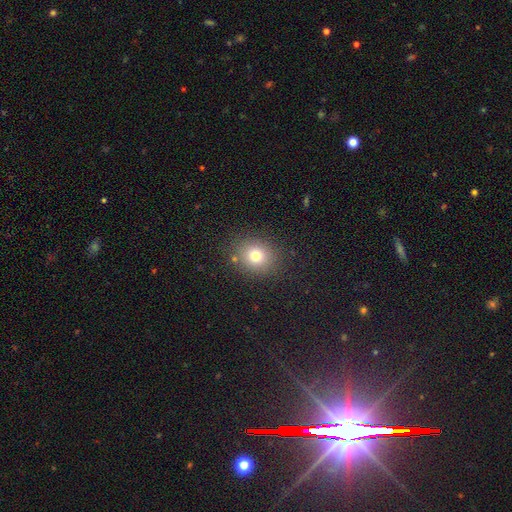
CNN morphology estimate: Smooth or featured? Predicted: smooth (p=0.75). How rounded? Predicted: round (p=0.73). Merging? Predicted: none (p=0.85).